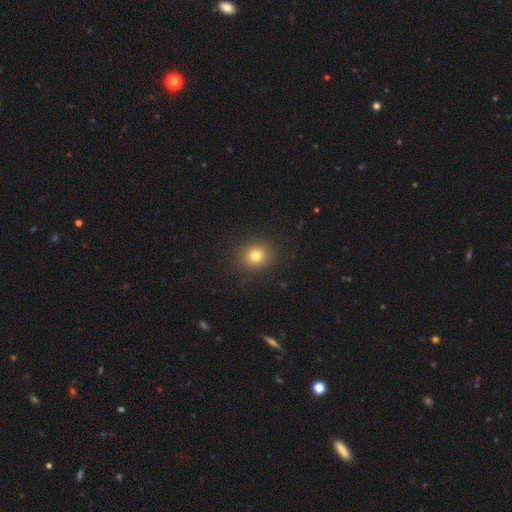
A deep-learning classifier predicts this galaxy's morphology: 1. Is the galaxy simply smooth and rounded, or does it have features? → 79% smooth, 14% star or artifact, 8% featured or disk.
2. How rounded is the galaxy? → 80% round, 20% in between, 1% cigar-shaped.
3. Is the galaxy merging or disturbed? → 90% none, 6% minor disturbance, 2% major disturbance, 1% merger.